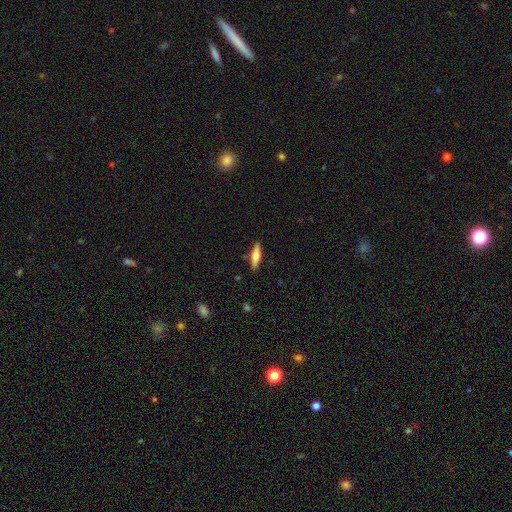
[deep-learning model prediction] Q: Smooth or featured?
A: smooth (51%); runner-up: featured or disk (43%)
Q: How rounded?
A: cigar-shaped (71%); runner-up: in between (27%)
Q: Merging?
A: none (87%); runner-up: minor disturbance (9%)